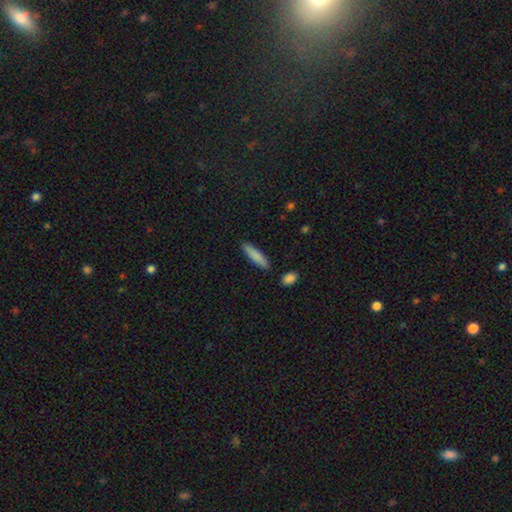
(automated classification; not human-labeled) Smooth or featured: smooth — 83% (featured or disk — 11%)
How rounded: cigar-shaped — 81% (in between — 17%)
Merging: none — 87% (minor disturbance — 9%)